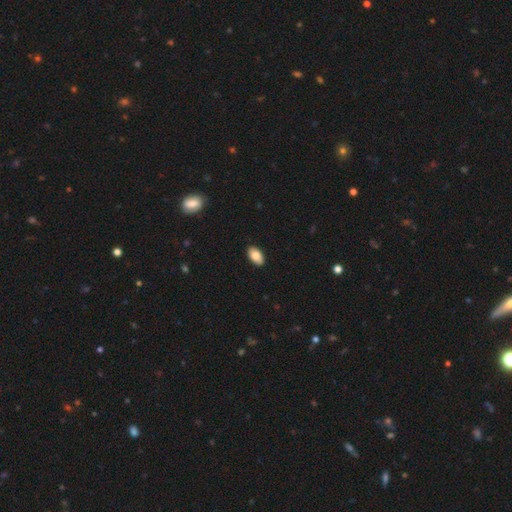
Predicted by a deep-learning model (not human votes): Morphology: type=smooth (83%); roundness=in between (94%); merging=none (89%).